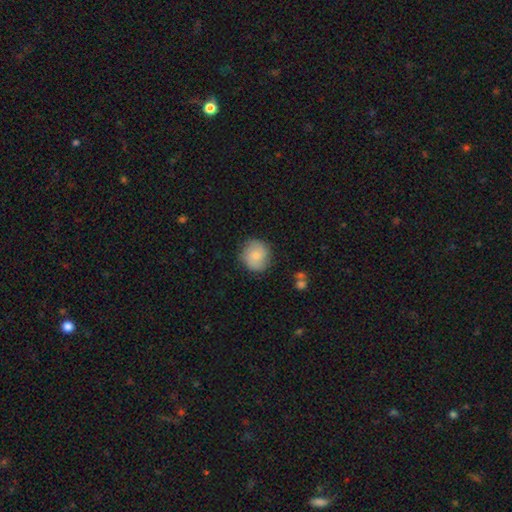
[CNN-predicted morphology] Smooth or featured: smooth — 78% (featured or disk — 15%)
How rounded: round — 89% (in between — 10%)
Merging: none — 82% (minor disturbance — 13%)